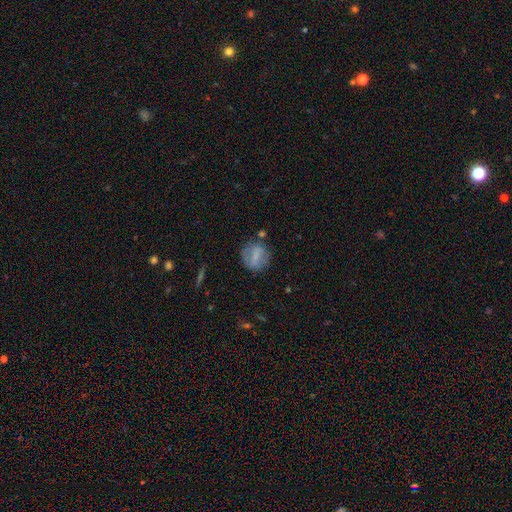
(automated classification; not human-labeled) A smooth galaxy with no disk features (60%) that is round (69%). Merging: none (69%).